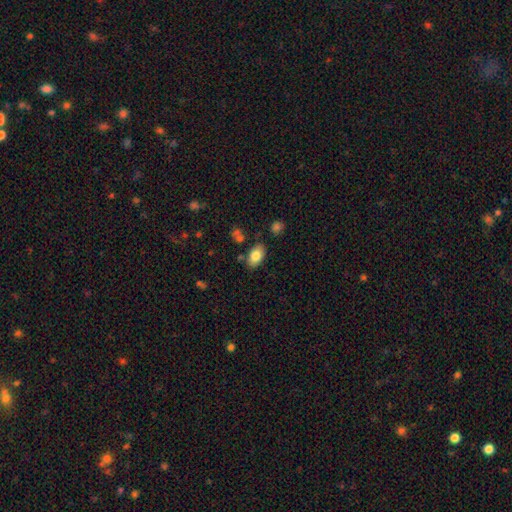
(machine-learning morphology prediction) smooth 81%, featured or disk 11%, star or artifact 8%. Down the decision tree: how rounded — in between (90%); merging — none (81%).